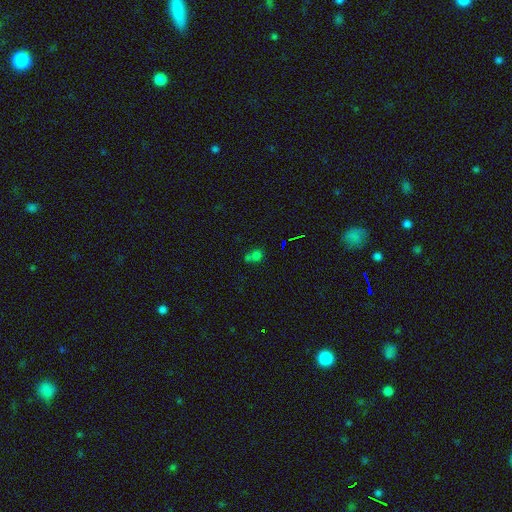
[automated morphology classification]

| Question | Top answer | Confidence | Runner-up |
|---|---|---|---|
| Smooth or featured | smooth | 58% | star or artifact (30%) |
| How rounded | round | 58% | in between (39%) |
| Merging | none | 40% | merger (38%) |